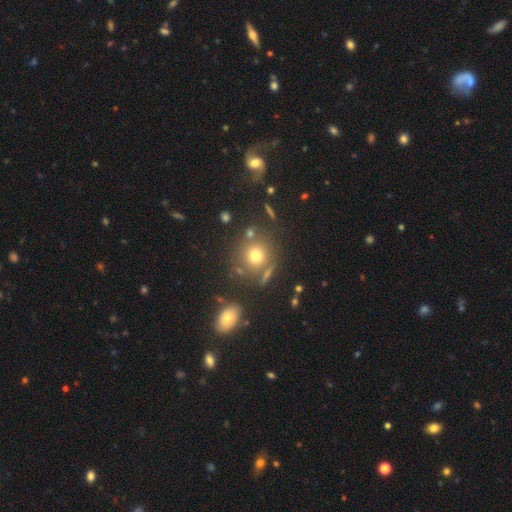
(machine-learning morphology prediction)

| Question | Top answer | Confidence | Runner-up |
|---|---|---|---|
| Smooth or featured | smooth | 71% | star or artifact (17%) |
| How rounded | round | 89% | in between (9%) |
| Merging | none | 75% | merger (11%) |